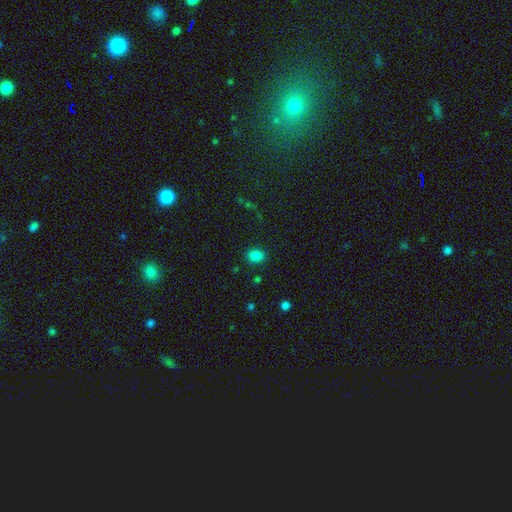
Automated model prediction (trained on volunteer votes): A smooth galaxy with no disk features (84%) that is in between round and cigar-shaped (67%).

Vote fractions:
- Smooth or featured? smooth: 84% / star or artifact: 13% / featured or disk: 4%
- How rounded? in between: 67% / round: 32% / cigar-shaped: 1%
- Merging? none: 85% / minor disturbance: 10% / major disturbance: 3% / merger: 2%